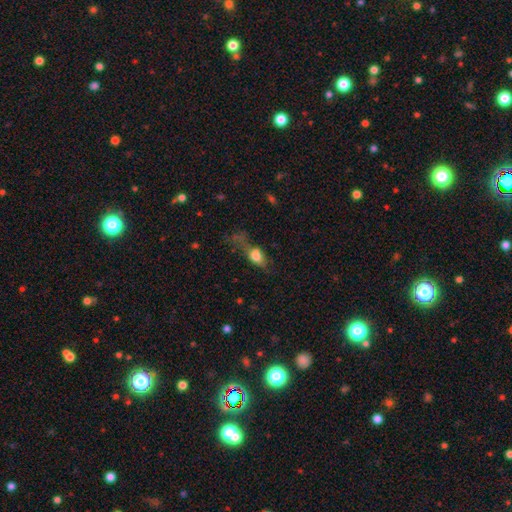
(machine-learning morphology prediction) This appears to be a smooth galaxy with no disk features (70%) that is in between round and cigar-shaped (75%). Merging: major disturbance (41%).